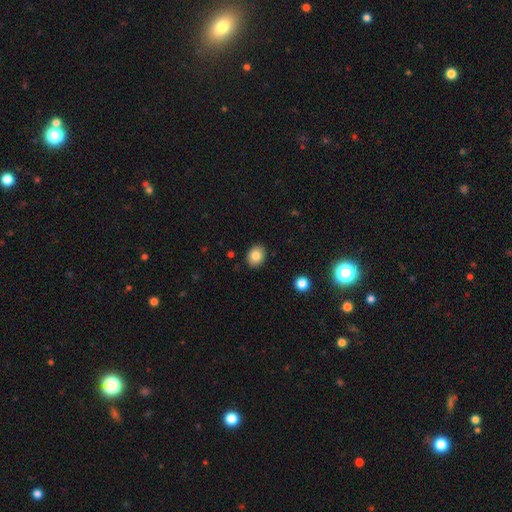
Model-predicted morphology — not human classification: smooth_or_featured: smooth (p=0.82) [alt: star or artifact p=0.09]
how_rounded: in between (p=0.53) [alt: round p=0.46]
merging: none (p=0.90) [alt: minor disturbance p=0.07]